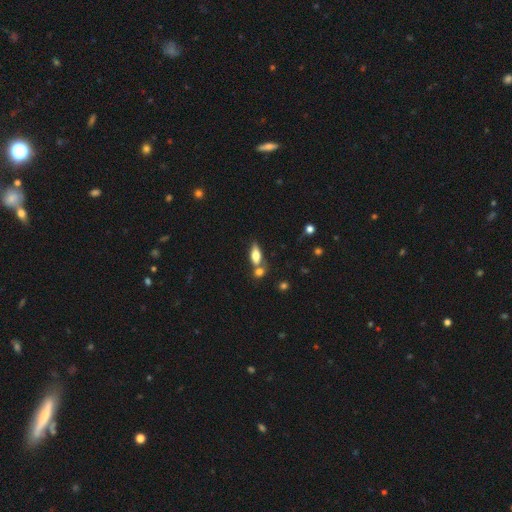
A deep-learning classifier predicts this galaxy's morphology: smooth_or_featured: smooth (p=0.67) [alt: featured or disk p=0.25]
how_rounded: in between (p=0.75) [alt: cigar-shaped p=0.21]
merging: none (p=0.52) [alt: merger p=0.31]